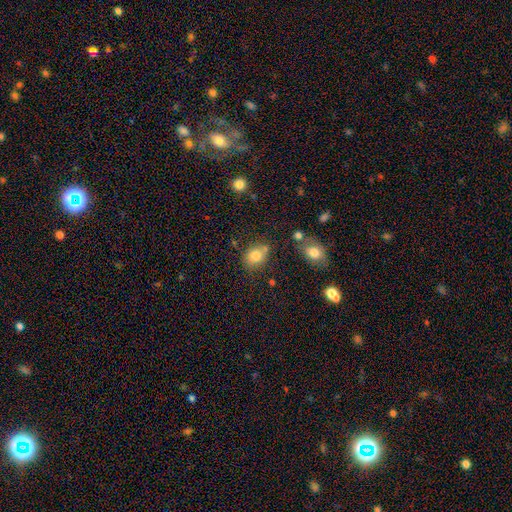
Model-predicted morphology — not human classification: Overall: smooth (79%). How rounded: in between (54%; round 44%). Merging: none (64%).